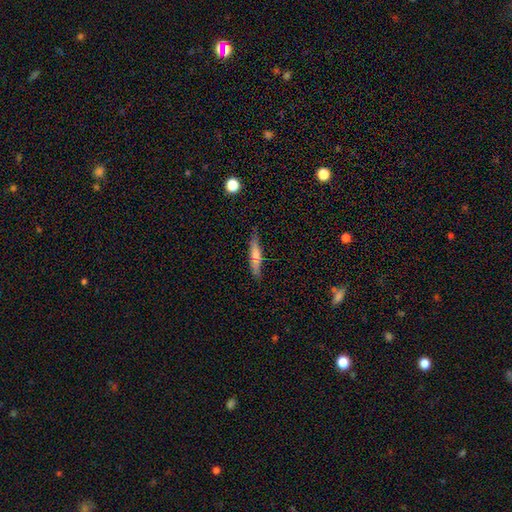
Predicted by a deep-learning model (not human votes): Smooth or featured: smooth — 64% (featured or disk — 30%)
How rounded: cigar-shaped — 87% (in between — 11%)
Merging: none — 82% (minor disturbance — 14%)